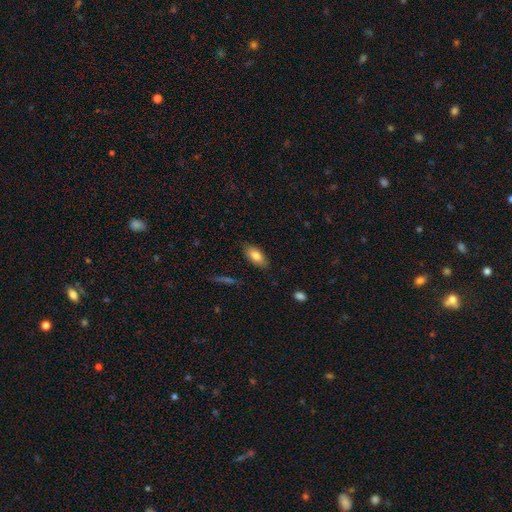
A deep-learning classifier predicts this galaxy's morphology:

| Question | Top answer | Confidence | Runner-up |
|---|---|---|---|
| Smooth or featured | smooth | 81% | featured or disk (11%) |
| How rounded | in between | 88% | cigar-shaped (9%) |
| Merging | none | 83% | minor disturbance (13%) |